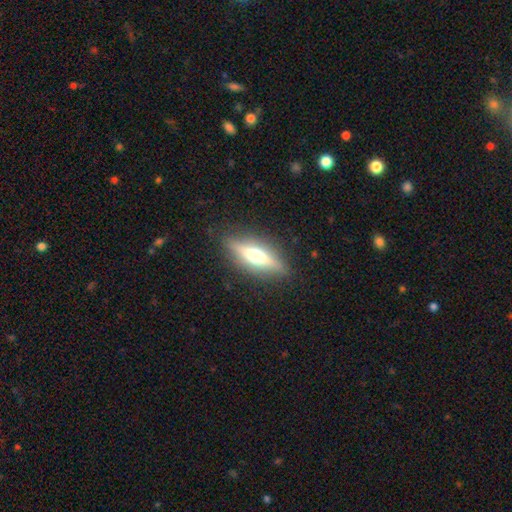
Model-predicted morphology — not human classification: This is possibly a featured or disk galaxy (59%). It is clearly viewed edge-on (89%). Edge-on bulge: clearly rounded (94%). Merging: clearly none (86%).